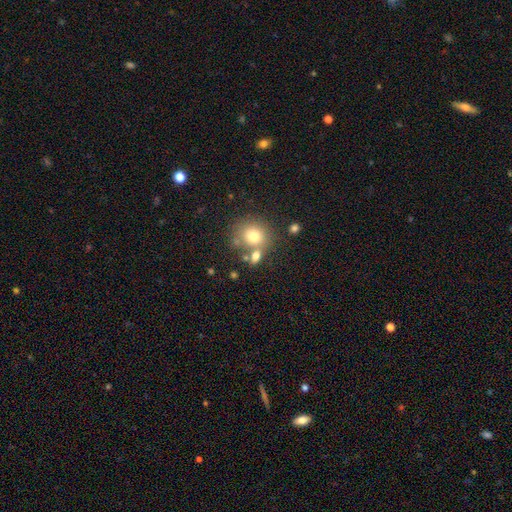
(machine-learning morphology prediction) Smooth or featured? smooth (74%)
How rounded? round (65%)
Merging? none (54%)